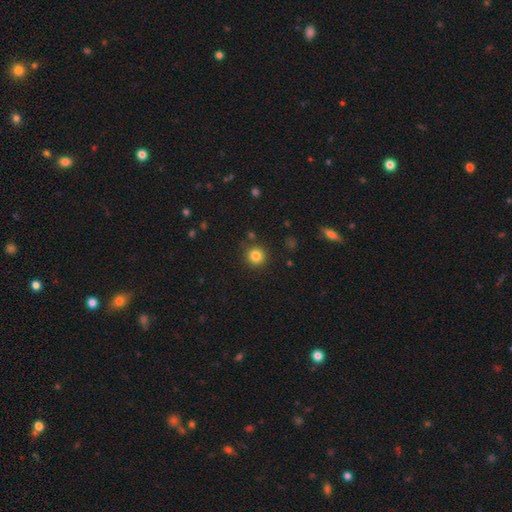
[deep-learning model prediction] smooth_or_featured: smooth (p=0.83) [alt: star or artifact p=0.12]
how_rounded: round (p=0.94) [alt: in between p=0.05]
merging: none (p=0.87) [alt: minor disturbance p=0.07]